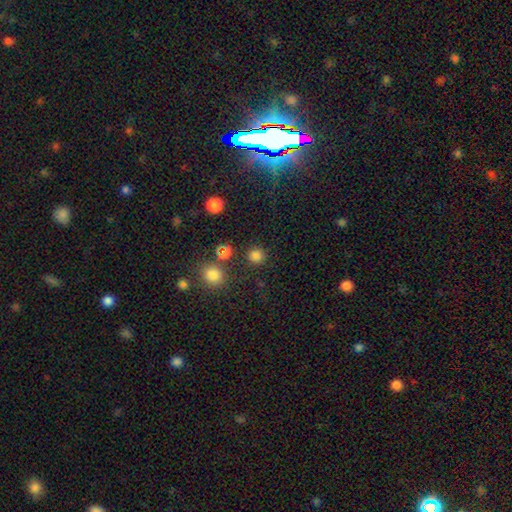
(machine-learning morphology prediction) Smooth or featured? smooth (78%)
How rounded? round (91%)
Merging? none (86%)